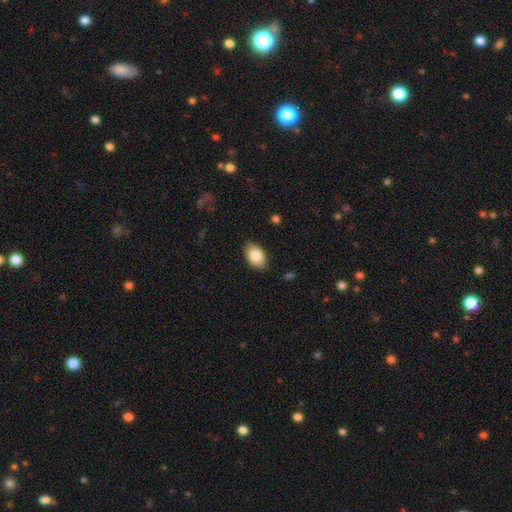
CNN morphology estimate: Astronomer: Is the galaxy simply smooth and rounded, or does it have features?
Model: smooth — 86%.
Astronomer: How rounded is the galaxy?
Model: in between — 92%.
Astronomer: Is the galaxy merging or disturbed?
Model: none — 85%.